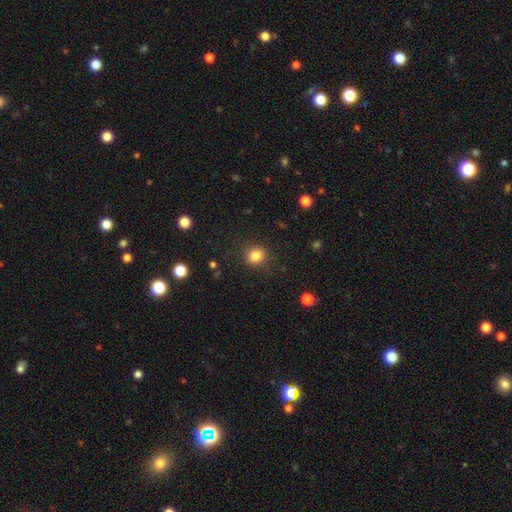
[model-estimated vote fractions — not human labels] Smooth or featured? Predicted: smooth (p=0.83). How rounded? Predicted: round (p=0.76). Merging? Predicted: none (p=0.87).